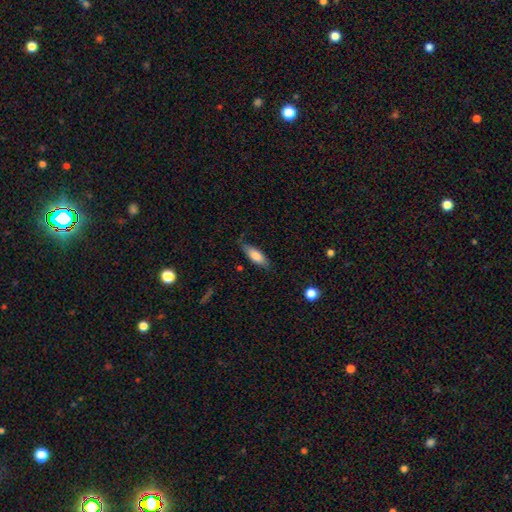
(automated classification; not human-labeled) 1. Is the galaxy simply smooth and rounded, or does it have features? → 77% smooth, 16% featured or disk, 6% star or artifact.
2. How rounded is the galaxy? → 65% in between, 33% cigar-shaped, 2% round.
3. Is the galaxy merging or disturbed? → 74% none, 20% minor disturbance, 4% major disturbance, 2% merger.